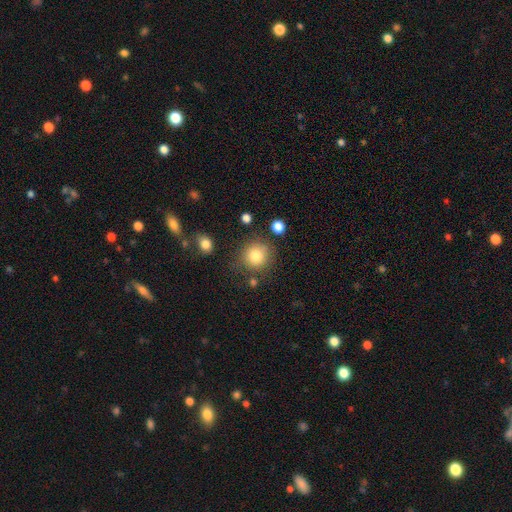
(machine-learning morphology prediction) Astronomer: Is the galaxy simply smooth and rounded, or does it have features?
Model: smooth — 82%.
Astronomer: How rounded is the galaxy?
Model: round — 89%.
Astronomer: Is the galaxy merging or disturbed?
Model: none — 76%.